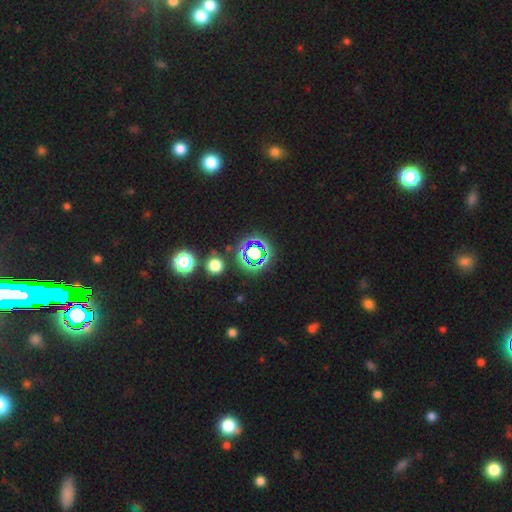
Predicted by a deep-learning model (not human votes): A star or artifact, not a galaxy (65%).

Vote fractions:
- Smooth or featured? star or artifact: 65% / smooth: 23% / featured or disk: 12%